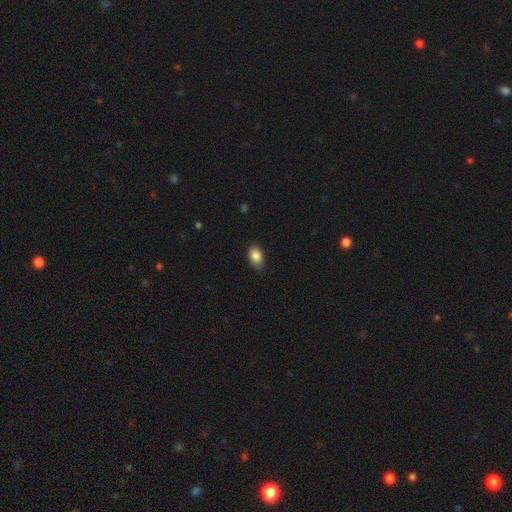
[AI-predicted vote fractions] Overall: smooth (87%). How rounded: in between (90%). Merging: none (86%).